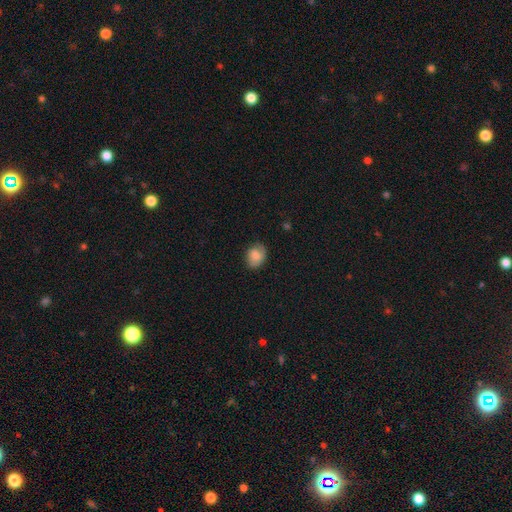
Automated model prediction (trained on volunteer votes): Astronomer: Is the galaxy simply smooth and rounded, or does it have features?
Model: smooth — 76%.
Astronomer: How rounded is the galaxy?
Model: in between — 61% (runner-up: round, 38%).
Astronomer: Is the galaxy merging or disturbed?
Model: none — 69%.